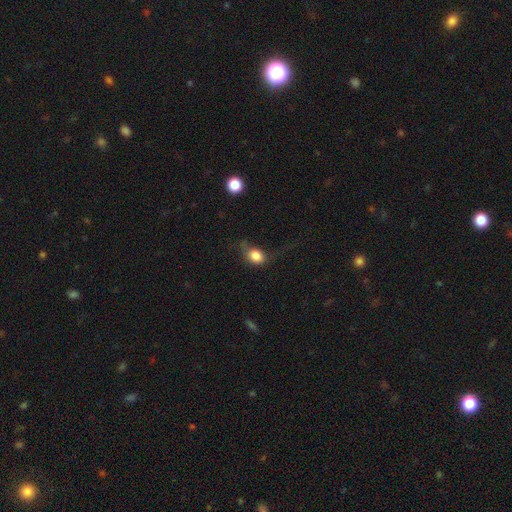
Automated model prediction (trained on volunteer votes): This is clearly a smooth galaxy (82%). How rounded: possibly in between (55%). Merging: marginally none (40%).